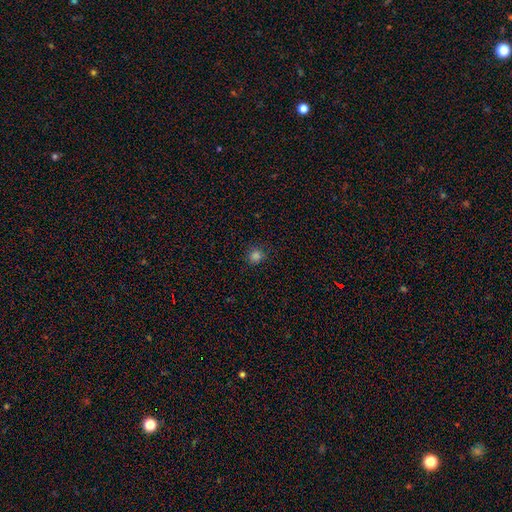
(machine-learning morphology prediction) Overall: smooth (80%). How rounded: round (85%). Merging: none (86%).